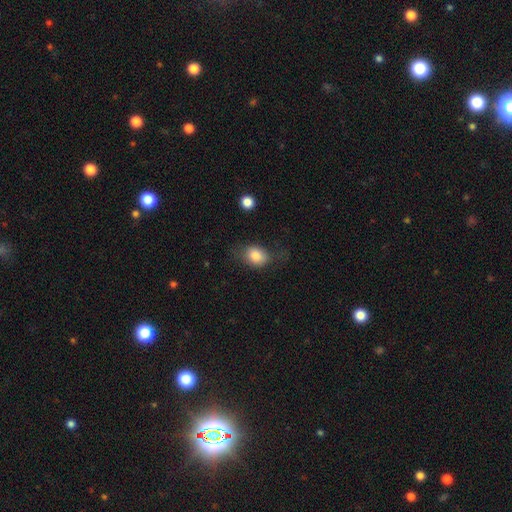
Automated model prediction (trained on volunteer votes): A smooth galaxy with no disk features (82%) that is in between round and cigar-shaped (64%). Merging: none (59%).